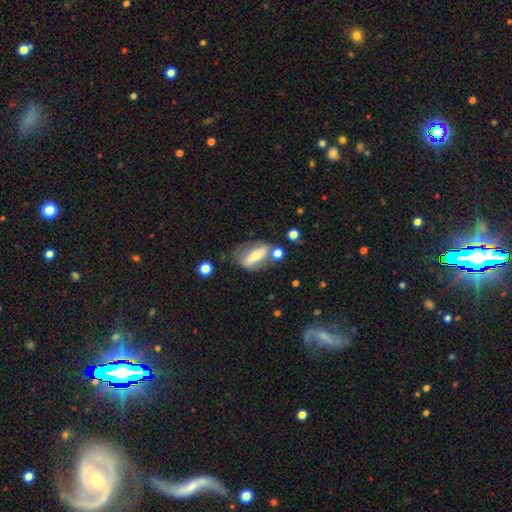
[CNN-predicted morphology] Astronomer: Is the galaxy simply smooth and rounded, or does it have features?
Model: featured or disk — 52% (runner-up: smooth, 41%).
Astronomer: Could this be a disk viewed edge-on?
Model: no — 70%.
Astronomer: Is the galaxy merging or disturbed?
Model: none — 53%.